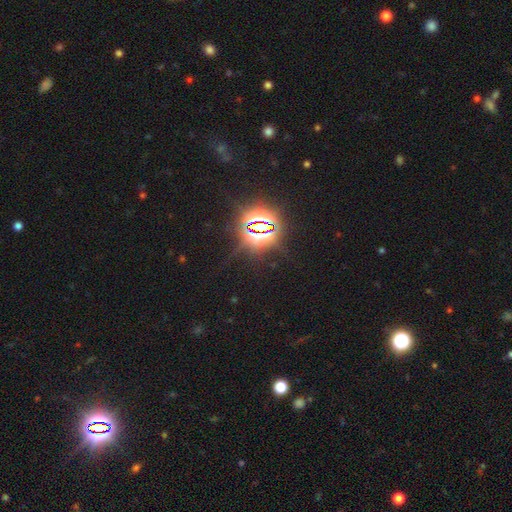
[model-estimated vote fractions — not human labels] A star or artifact, not a galaxy (82%).